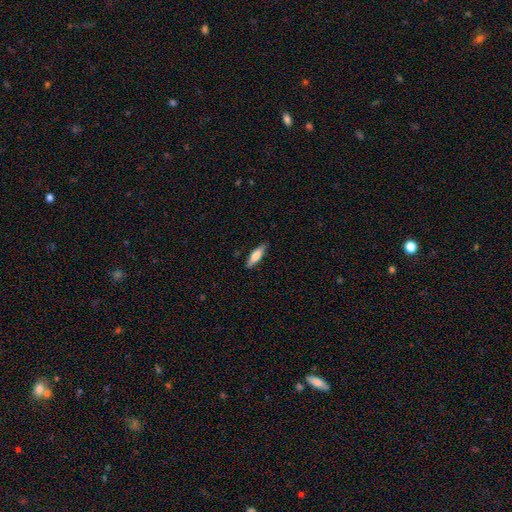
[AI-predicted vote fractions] Smooth or featured? Predicted: smooth (p=0.69). How rounded? Predicted: cigar-shaped (p=0.59). Merging? Predicted: none (p=0.87).